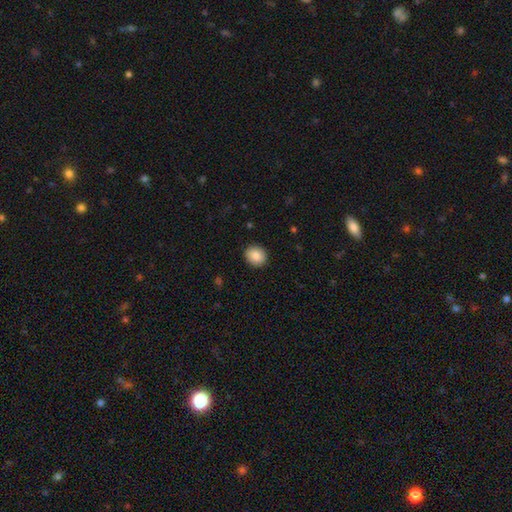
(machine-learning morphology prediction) A smooth galaxy with no disk features (84%) that is round (83%).

Vote fractions:
- Smooth or featured? smooth: 84% / featured or disk: 8% / star or artifact: 8%
- How rounded? round: 83% / in between: 16% / cigar-shaped: 1%
- Merging? none: 92% / minor disturbance: 6% / major disturbance: 2% / merger: 1%